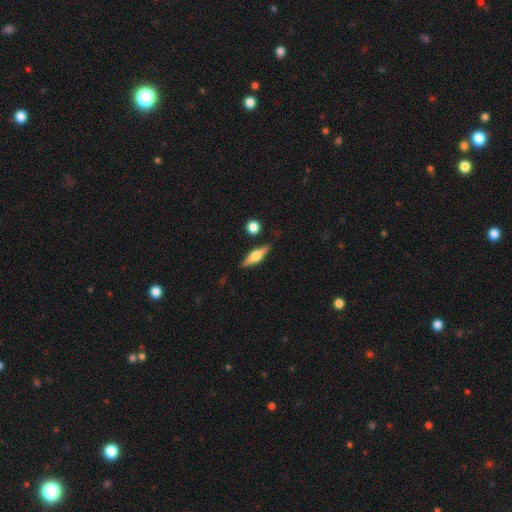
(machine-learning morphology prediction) Smooth or featured? Predicted: featured or disk (p=0.62). Edge-on disk? Predicted: yes (p=0.96). Edge-on bulge? Predicted: rounded (p=0.91). Merging? Predicted: none (p=0.85).